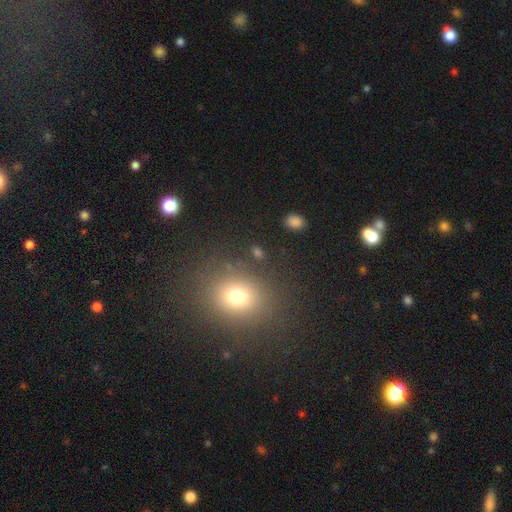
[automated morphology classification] smooth 69%, star or artifact 22%, featured or disk 9%. Down the decision tree: how rounded — round (64%); merging — none (86%).